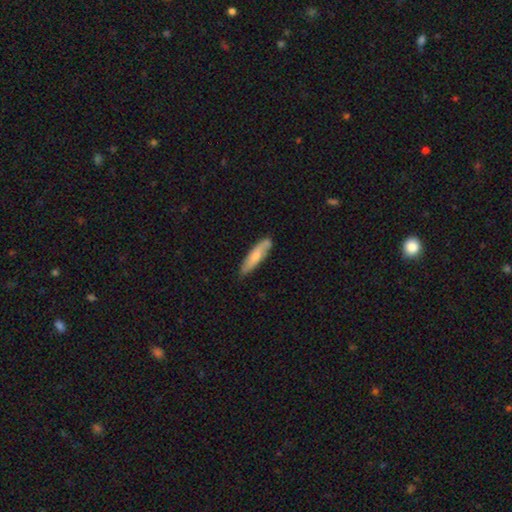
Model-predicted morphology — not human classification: smooth 65%, featured or disk 29%, star or artifact 5%. Down the decision tree: how rounded — cigar-shaped (70%); merging — none (75%).